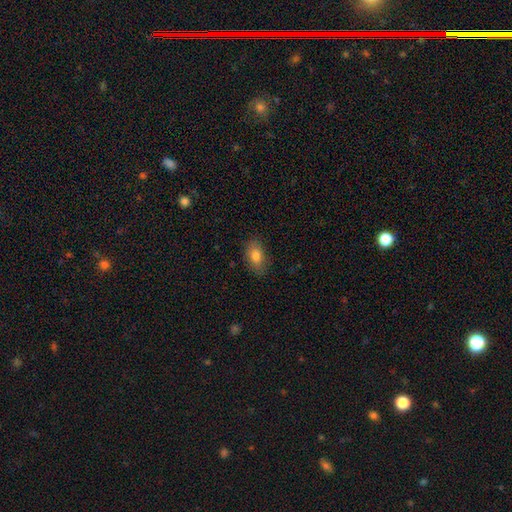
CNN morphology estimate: Smooth or featured?
  - smooth: 80% *
  - featured or disk: 12%
  - star or artifact: 8%
How rounded?
  - in between: 89% *
  - round: 9%
  - cigar-shaped: 2%
Merging?
  - none: 83% *
  - minor disturbance: 13%
  - major disturbance: 3%
  - merger: 1%